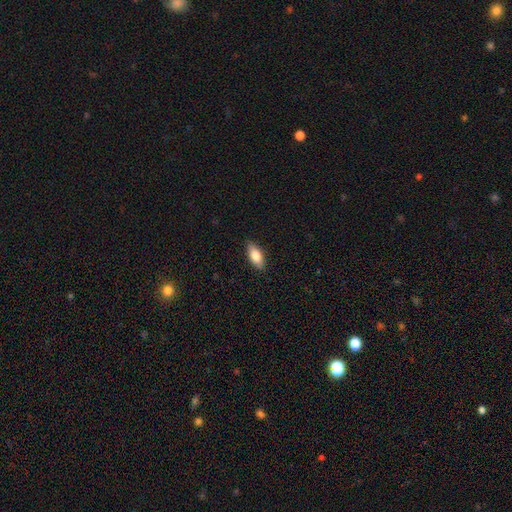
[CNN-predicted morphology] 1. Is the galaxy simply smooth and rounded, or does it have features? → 77% smooth, 16% featured or disk, 7% star or artifact.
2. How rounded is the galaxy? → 81% in between, 16% cigar-shaped, 3% round.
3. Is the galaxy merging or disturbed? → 86% none, 11% minor disturbance, 2% major disturbance, 1% merger.